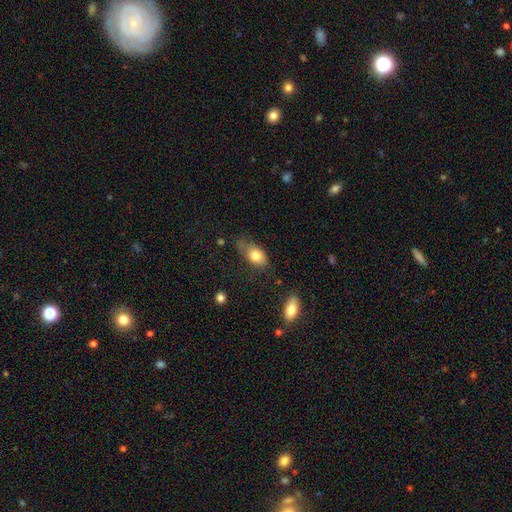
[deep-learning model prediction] Morphology: type=smooth (78%); roundness=in between (85%); merging=none (45%).